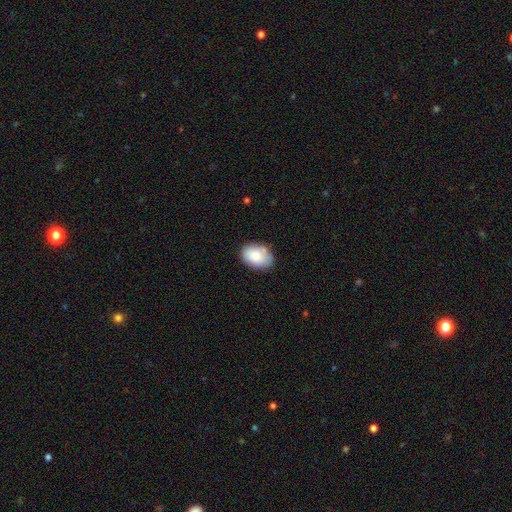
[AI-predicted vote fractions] The model was most divided on "merging": none: 75%, minor disturbance: 19%, major disturbance: 4%, merger: 3%. More confident: smooth or featured — smooth (82%); how rounded — in between (80%).